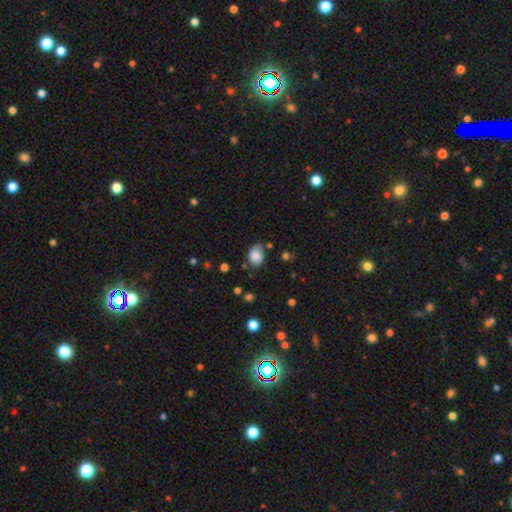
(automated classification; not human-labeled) smooth 85%, star or artifact 9%, featured or disk 6%. Down the decision tree: how rounded — in between (56%); merging — none (65%).